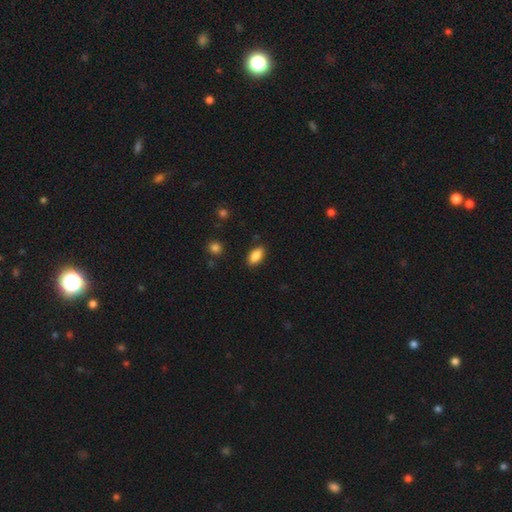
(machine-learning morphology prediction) A smooth galaxy with no disk features (88%) that is in between round and cigar-shaped (91%).

Vote fractions:
- Smooth or featured? smooth: 88% / star or artifact: 8% / featured or disk: 4%
- How rounded? in between: 91% / cigar-shaped: 5% / round: 4%
- Merging? none: 87% / minor disturbance: 10% / major disturbance: 2% / merger: 1%